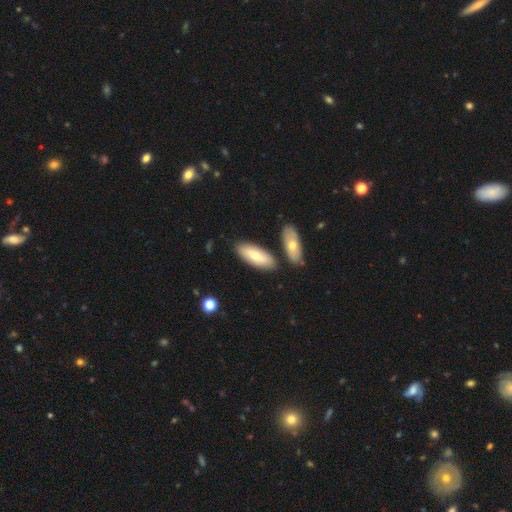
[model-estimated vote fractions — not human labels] This appears to be a smooth galaxy with no disk features (65%) that is in between round and cigar-shaped (71%). Merging: none (78%).